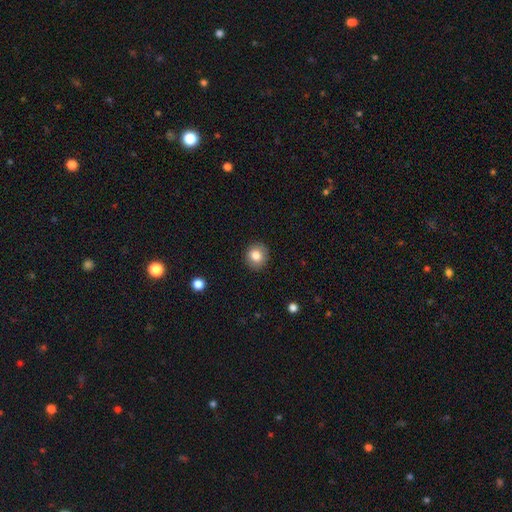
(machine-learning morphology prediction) This is clearly a smooth galaxy (83%). How rounded: clearly round (83%). Merging: clearly none (90%).